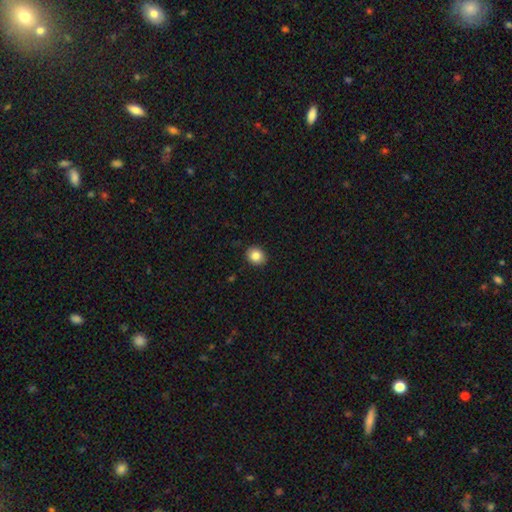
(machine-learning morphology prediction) smooth 84%, star or artifact 10%, featured or disk 6%. Down the decision tree: how rounded — round (74%); merging — none (91%).